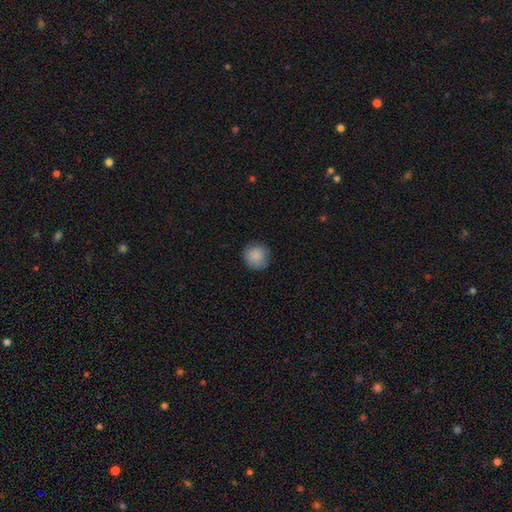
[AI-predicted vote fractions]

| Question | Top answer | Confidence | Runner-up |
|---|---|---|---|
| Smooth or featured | smooth | 88% | star or artifact (8%) |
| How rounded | round | 90% | in between (9%) |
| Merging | none | 82% | minor disturbance (14%) |